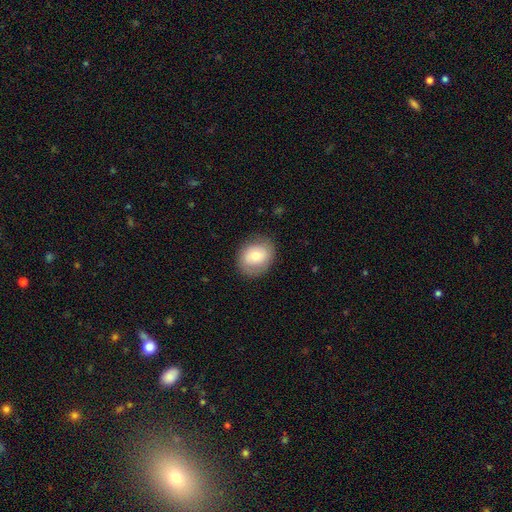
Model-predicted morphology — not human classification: Overall: smooth (69%). How rounded: round (56%; in between 43%). Merging: none (82%).